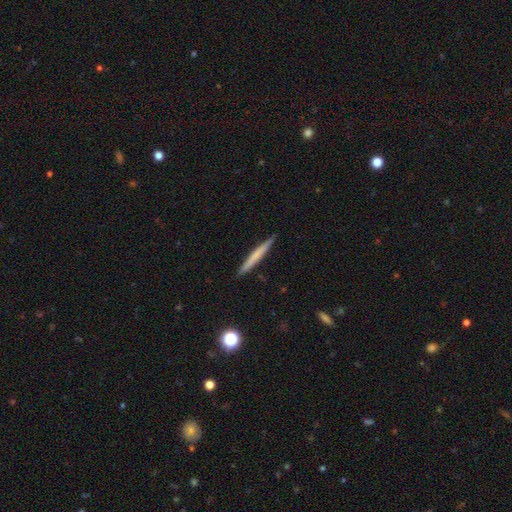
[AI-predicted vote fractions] smooth 57%, featured or disk 37%, star or artifact 6%. Down the decision tree: how rounded — cigar-shaped (97%); merging — none (91%).